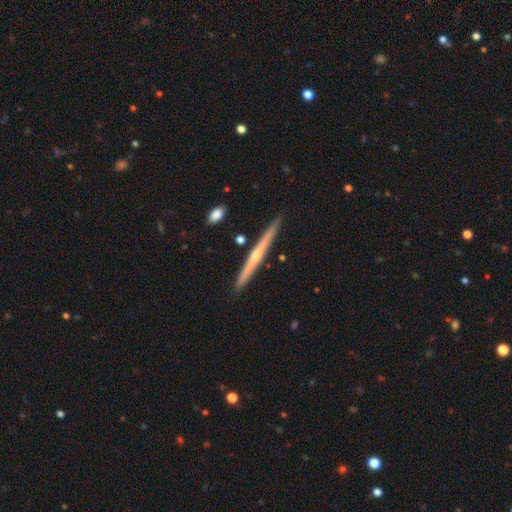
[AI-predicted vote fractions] smooth-or-featured: featured or disk: 69% | smooth: 25% | star or artifact: 6%
  disk-edge-on: yes: 98% | no: 2%
    edge-on-bulge: rounded: 65% | none: 31% | boxy: 3%
  merging: none: 89% | minor disturbance: 7% | merger: 2% | major disturbance: 1%